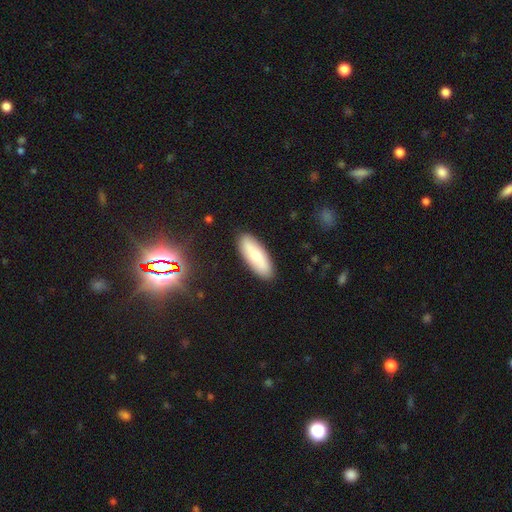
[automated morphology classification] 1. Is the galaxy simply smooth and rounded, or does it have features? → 69% smooth, 25% featured or disk, 6% star or artifact.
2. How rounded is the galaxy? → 68% in between, 30% cigar-shaped, 2% round.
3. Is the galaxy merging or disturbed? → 89% none, 8% minor disturbance, 2% major disturbance, 1% merger.